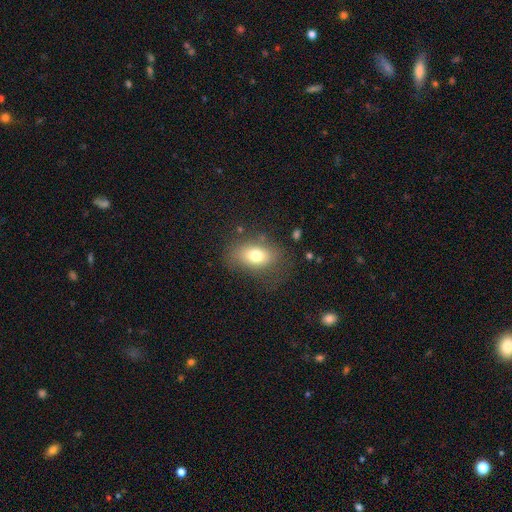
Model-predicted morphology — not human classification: A smooth galaxy with no disk features (74%) that is in between round and cigar-shaped (82%).

Vote fractions:
- Smooth or featured? smooth: 74% / featured or disk: 16% / star or artifact: 10%
- How rounded? in between: 82% / round: 17% / cigar-shaped: 2%
- Merging? none: 69% / minor disturbance: 19% / major disturbance: 10% / merger: 2%